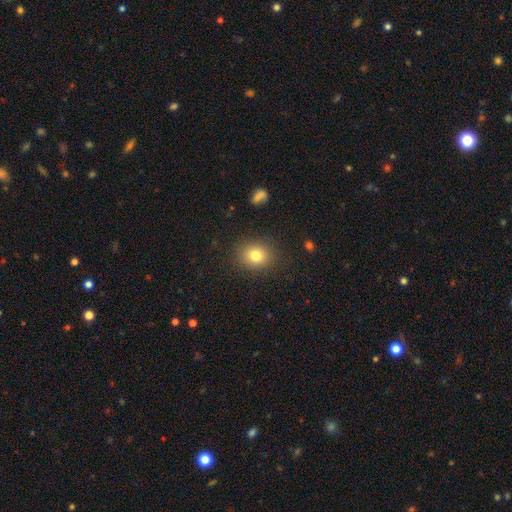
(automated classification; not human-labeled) Overall: smooth (80%). How rounded: round (63%; in between 36%). Merging: none (87%).